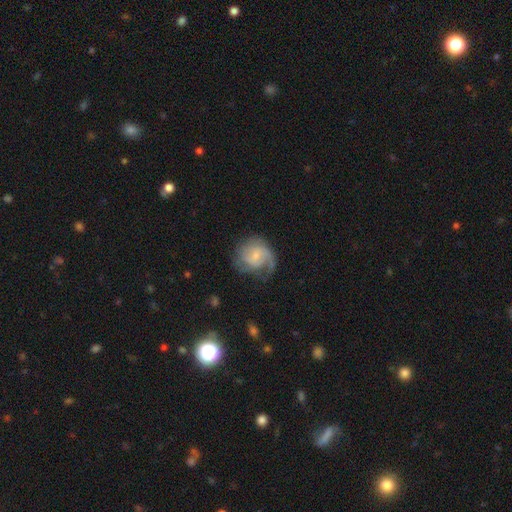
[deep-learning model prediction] A featured or disk galaxy (60%) with no bar (52%), 2 (31%) medium (42%) spiral arms (85%) and a small central bulge (54%).

Vote fractions:
- Smooth or featured? featured or disk: 60% / smooth: 33% / star or artifact: 7%
- Edge-on disk? no: 98% / yes: 2%
- Bar? no: 52% / weak: 43% / strong: 6%
- Spiral arms? yes: 85% / no: 15%
- Spiral winding? medium: 42% / tight: 31% / loose: 27%
- Spiral arm count? 2: 31% / 1: 29% / can't tell: 25% / 3: 9% / 4: 3% / more than 4: 2%
- Bulge size? small: 54% / moderate: 30% / none: 11% / large: 3% / dominant: 1%
- Merging? none: 48% / minor disturbance: 25% / major disturbance: 24% / merger: 2%